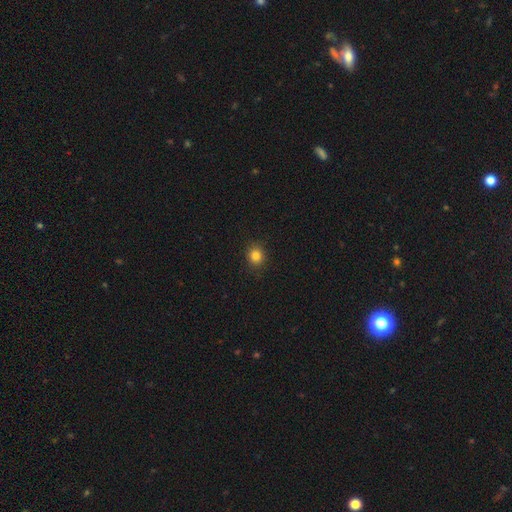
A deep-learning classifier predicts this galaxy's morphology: Smooth or featured?
  - smooth: 83% *
  - star or artifact: 12%
  - featured or disk: 5%
How rounded?
  - round: 81% *
  - in between: 18%
  - cigar-shaped: 1%
Merging?
  - none: 89% *
  - minor disturbance: 8%
  - major disturbance: 2%
  - merger: 1%